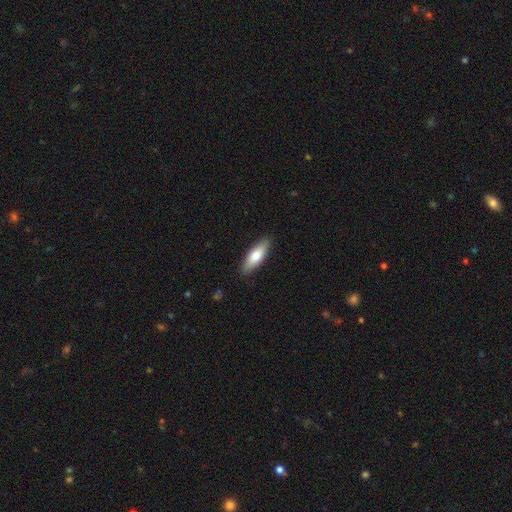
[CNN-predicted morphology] The model was most divided on "how rounded": in between: 54%, cigar-shaped: 44%, round: 2%. More confident: merging — none (89%); smooth or featured — smooth (69%).